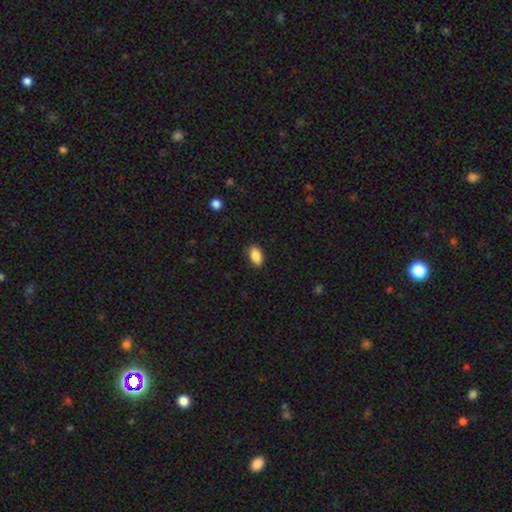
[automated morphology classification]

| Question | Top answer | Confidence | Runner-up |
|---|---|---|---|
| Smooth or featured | smooth | 88% | star or artifact (7%) |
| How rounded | in between | 92% | round (5%) |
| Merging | none | 84% | minor disturbance (12%) |